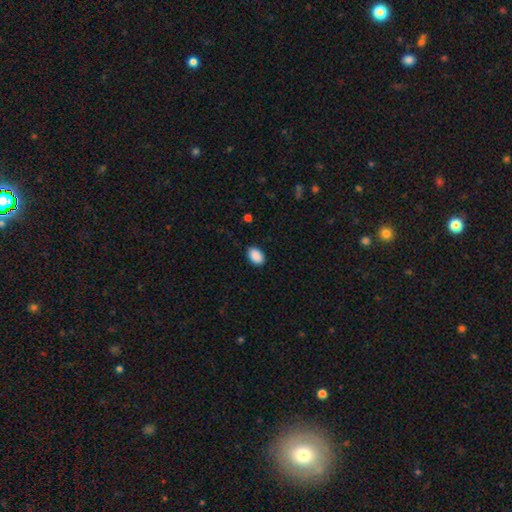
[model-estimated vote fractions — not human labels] smooth-or-featured: smooth: 90% | star or artifact: 7% | featured or disk: 2%
  how-rounded: in between: 88% | round: 11% | cigar-shaped: 1%
  merging: none: 87% | minor disturbance: 10% | major disturbance: 2% | merger: 1%